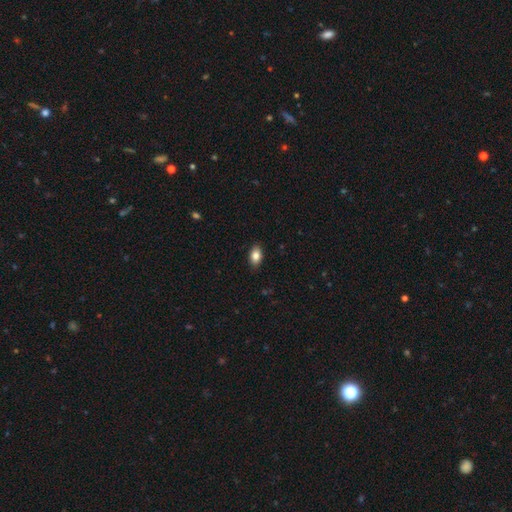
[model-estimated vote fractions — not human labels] smooth_or_featured: smooth (p=0.84) [alt: featured or disk p=0.08]
how_rounded: in between (p=0.90) [alt: round p=0.08]
merging: none (p=0.88) [alt: minor disturbance p=0.09]